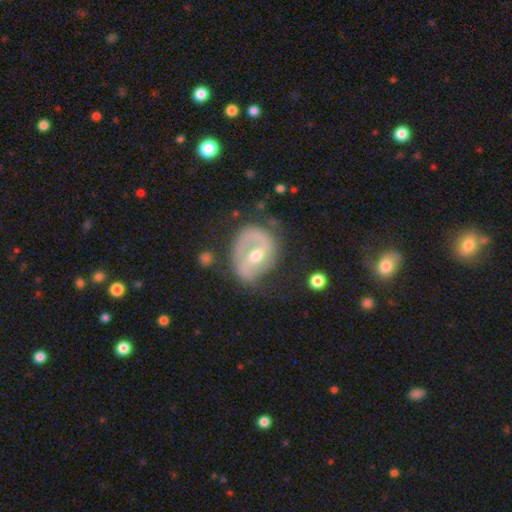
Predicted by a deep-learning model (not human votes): Q: Smooth or featured?
A: featured or disk (78%); runner-up: smooth (16%)
Q: Edge-on disk?
A: no (96%); runner-up: yes (4%)
Q: Bar?
A: weak (40%); runner-up: strong (37%)
Q: Spiral arms?
A: yes (76%); runner-up: no (24%)
Q: Spiral winding?
A: medium (41%); runner-up: tight (32%)
Q: Spiral arm count?
A: 2 (58%); runner-up: 1 (27%)
Q: Bulge size?
A: moderate (65%); runner-up: small (31%)
Q: Merging?
A: none (58%); runner-up: minor disturbance (24%)